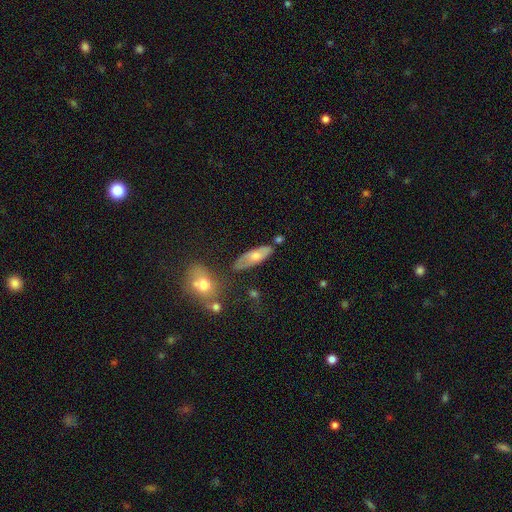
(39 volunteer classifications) Morphology: type=smooth (54%); roundness=cigar-shaped (52%); merging=none (61%).